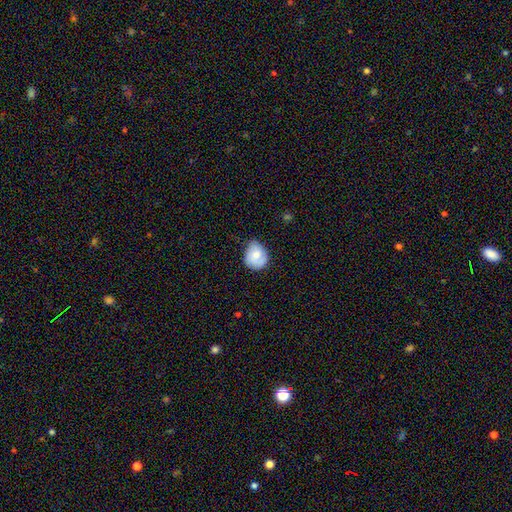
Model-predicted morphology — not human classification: Q: Smooth or featured?
A: smooth (65%); runner-up: featured or disk (28%)
Q: How rounded?
A: round (62%); runner-up: in between (38%)
Q: Merging?
A: none (52%); runner-up: minor disturbance (37%)